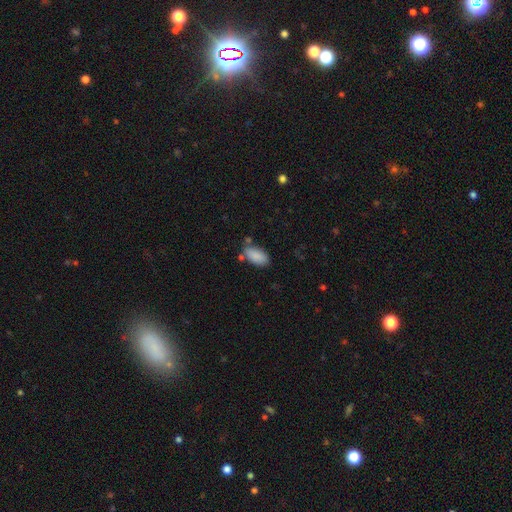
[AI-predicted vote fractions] smooth_or_featured: smooth (p=0.88) [alt: star or artifact p=0.07]
how_rounded: in between (p=0.93) [alt: cigar-shaped p=0.05]
merging: none (p=0.69) [alt: minor disturbance p=0.18]